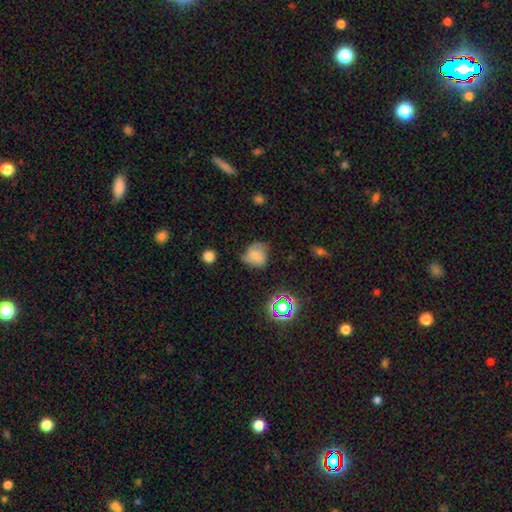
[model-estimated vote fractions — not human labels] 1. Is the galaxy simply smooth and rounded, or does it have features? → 59% smooth, 27% featured or disk, 14% star or artifact.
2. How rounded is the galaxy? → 70% round, 29% in between, 1% cigar-shaped.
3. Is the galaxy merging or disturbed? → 51% none, 34% minor disturbance, 13% major disturbance, 3% merger.